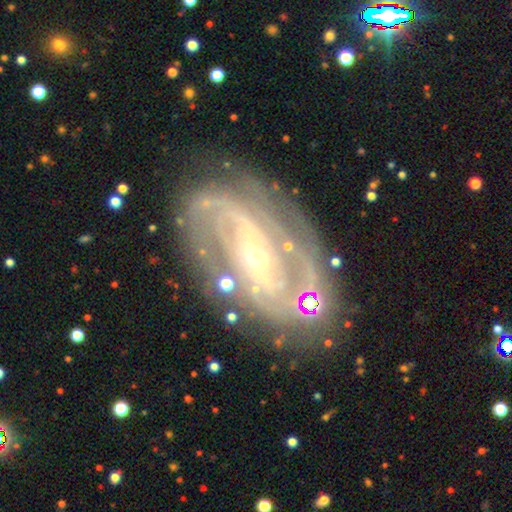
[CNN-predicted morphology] The model was most divided on "bar": strong: 34%, weak: 33%, no: 33%. Remaining: spiral arms — yes (96%); edge-on disk — no (95%); smooth or featured — featured or disk (89%); merging — none (74%); bulge size — small (69%); spiral arm count — 2 (65%); spiral winding — tight (43%).